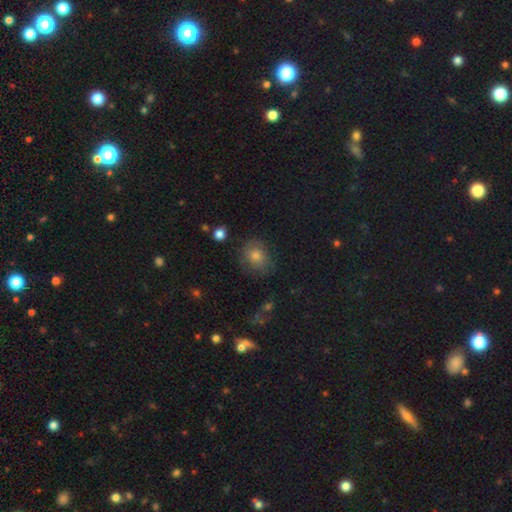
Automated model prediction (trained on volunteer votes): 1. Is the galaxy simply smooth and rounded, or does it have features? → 62% smooth, 19% featured or disk, 19% star or artifact.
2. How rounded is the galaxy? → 68% round, 31% in between, 1% cigar-shaped.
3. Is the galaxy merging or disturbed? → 75% none, 17% minor disturbance, 6% major disturbance, 2% merger.